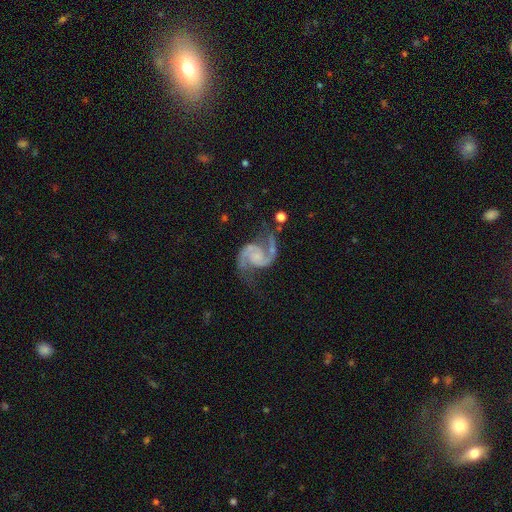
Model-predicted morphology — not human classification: A featured or disk galaxy (92%) with no bar (62%), 2 (94%) medium (55%) spiral arms (98%) and no central bulge (49%). Merging: none (67%).